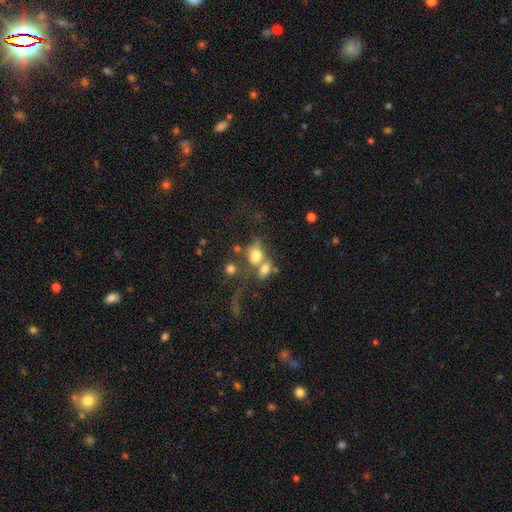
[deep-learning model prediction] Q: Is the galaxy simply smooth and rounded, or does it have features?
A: smooth — 71%.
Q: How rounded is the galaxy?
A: round — 50%.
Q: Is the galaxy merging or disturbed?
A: merger — 53%.